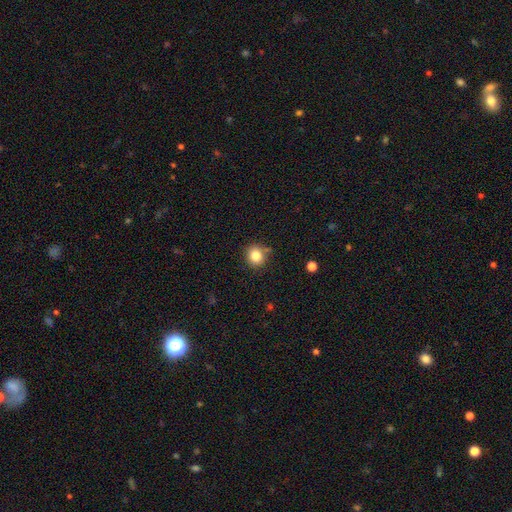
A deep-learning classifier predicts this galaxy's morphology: A smooth galaxy with no disk features (82%) that is round (88%). Merging: none (78%).